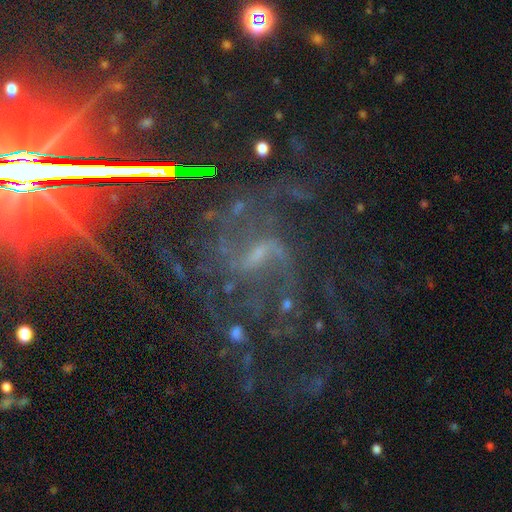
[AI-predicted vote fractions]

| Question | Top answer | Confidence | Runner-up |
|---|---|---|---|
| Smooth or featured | featured or disk | 69% | star or artifact (24%) |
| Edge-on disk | no | 90% | yes (10%) |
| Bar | weak | 41% | strong (33%) |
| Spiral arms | yes | 92% | no (8%) |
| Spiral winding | medium | 47% | loose (32%) |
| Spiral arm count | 2 | 64% | can't tell (18%) |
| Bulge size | small | 53% | moderate (25%) |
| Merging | none | 57% | major disturbance (23%) |